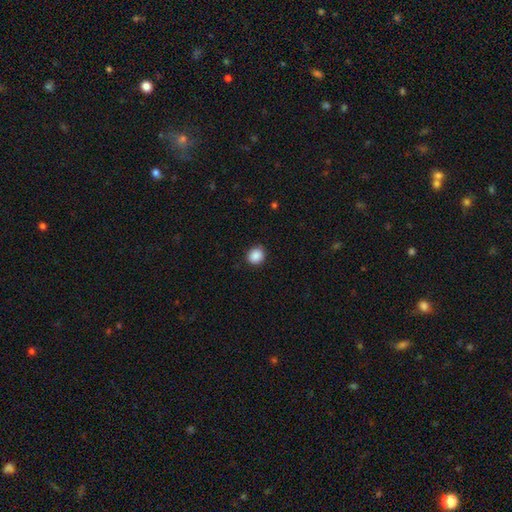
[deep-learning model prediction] This appears to be a smooth galaxy with no disk features (89%) that is round (82%). Merging: none (89%).